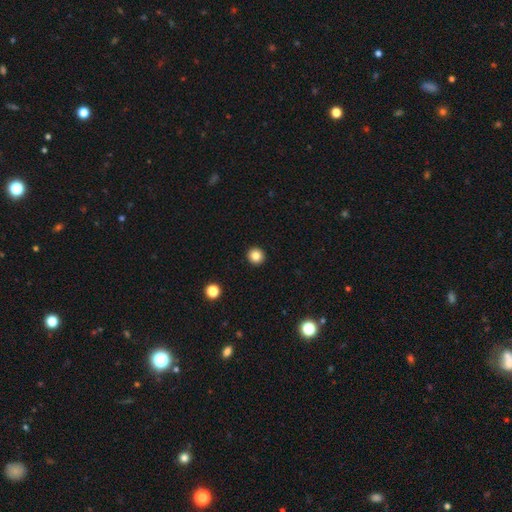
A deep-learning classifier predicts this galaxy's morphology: Smooth or featured?
  - smooth: 83% *
  - star or artifact: 11%
  - featured or disk: 6%
How rounded?
  - round: 94% *
  - in between: 5%
  - cigar-shaped: 1%
Merging?
  - none: 94% *
  - minor disturbance: 4%
  - major disturbance: 1%
  - merger: 1%